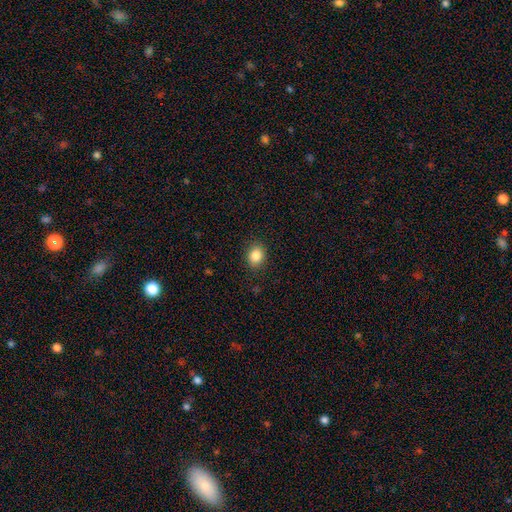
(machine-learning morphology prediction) Smooth or featured? Predicted: smooth (p=0.86). How rounded? Predicted: round (p=0.57). Merging? Predicted: none (p=0.89).